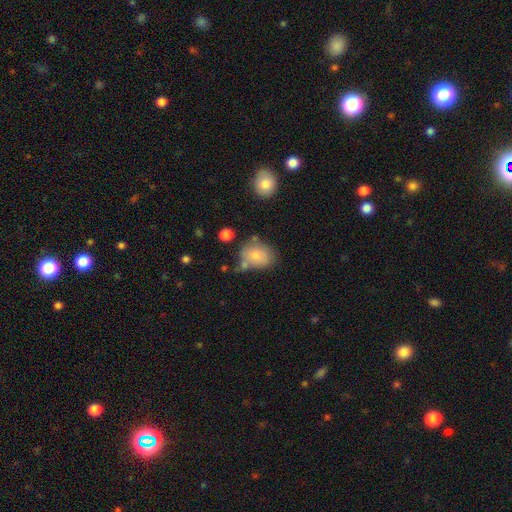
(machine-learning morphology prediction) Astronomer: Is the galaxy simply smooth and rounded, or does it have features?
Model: smooth — 76%.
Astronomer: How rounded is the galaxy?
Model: in between — 54% (runner-up: round, 45%).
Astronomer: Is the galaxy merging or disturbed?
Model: none — 52%.